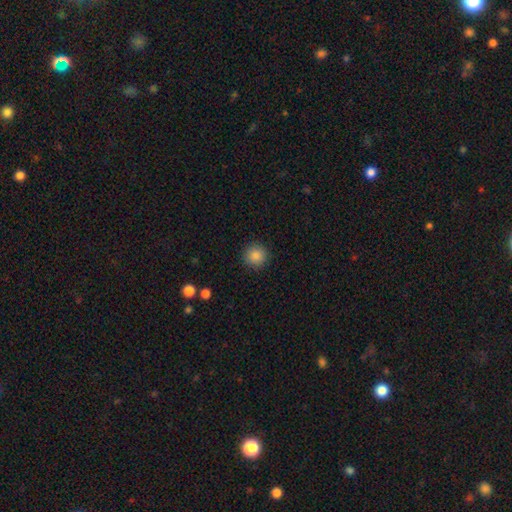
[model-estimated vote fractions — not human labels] Smooth or featured: smooth — 87% (star or artifact — 9%)
How rounded: round — 94% (in between — 5%)
Merging: none — 91% (minor disturbance — 6%)